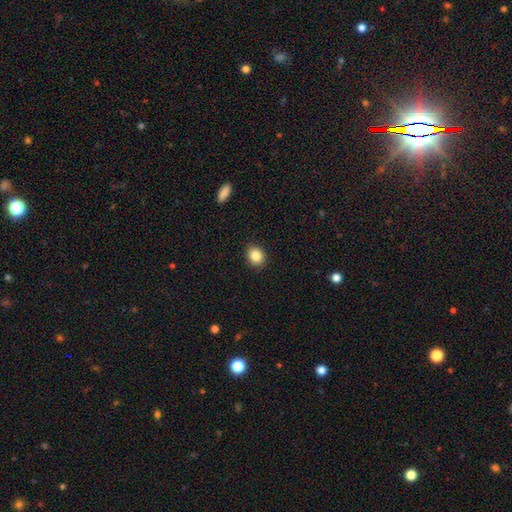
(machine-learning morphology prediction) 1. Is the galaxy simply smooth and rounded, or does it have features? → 85% smooth, 9% star or artifact, 6% featured or disk.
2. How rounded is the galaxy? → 56% round, 43% in between, 1% cigar-shaped.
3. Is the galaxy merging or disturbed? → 89% none, 8% minor disturbance, 2% major disturbance, 1% merger.